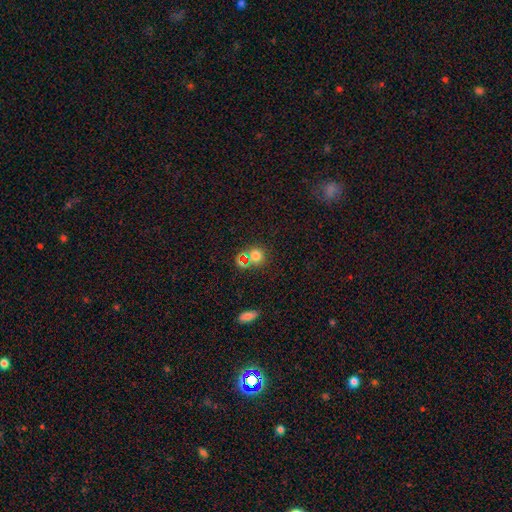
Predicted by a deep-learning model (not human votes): smooth_or_featured: smooth (p=0.67) [alt: star or artifact p=0.26]
how_rounded: round (p=0.88) [alt: in between p=0.11]
merging: none (p=0.79) [alt: minor disturbance p=0.09]